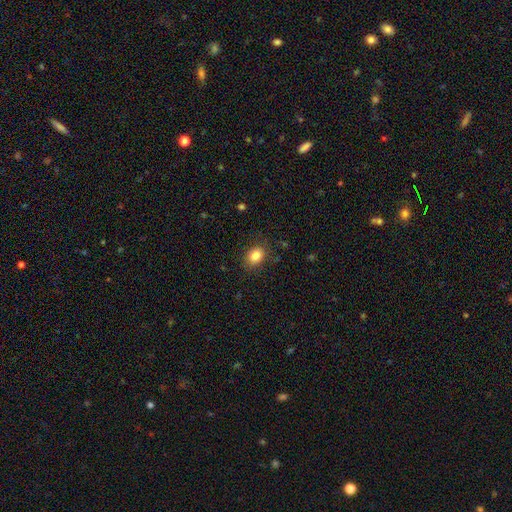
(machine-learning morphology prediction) This is clearly a smooth galaxy (84%). How rounded: possibly in between (60%). Merging: clearly none (83%).